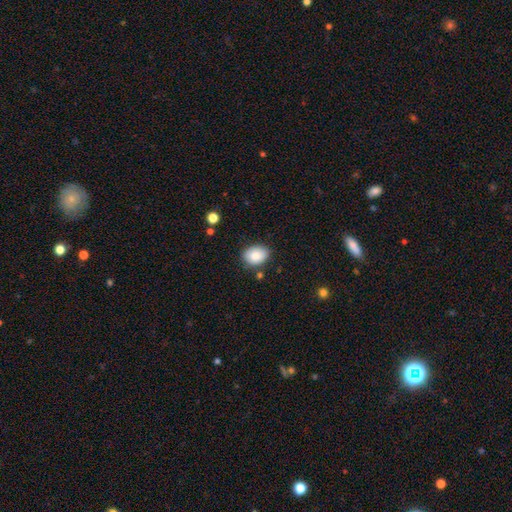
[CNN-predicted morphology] Smooth or featured? smooth (86%)
How rounded? in between (68%)
Merging? none (80%)